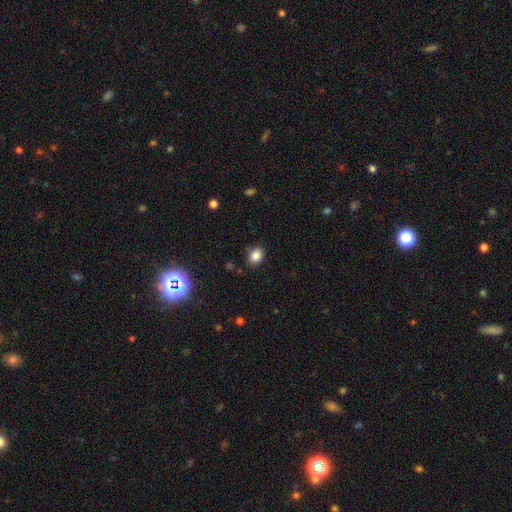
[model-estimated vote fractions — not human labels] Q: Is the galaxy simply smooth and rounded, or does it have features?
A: smooth — 83%.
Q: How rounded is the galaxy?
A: in between — 54%.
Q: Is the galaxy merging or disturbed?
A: none — 84%.